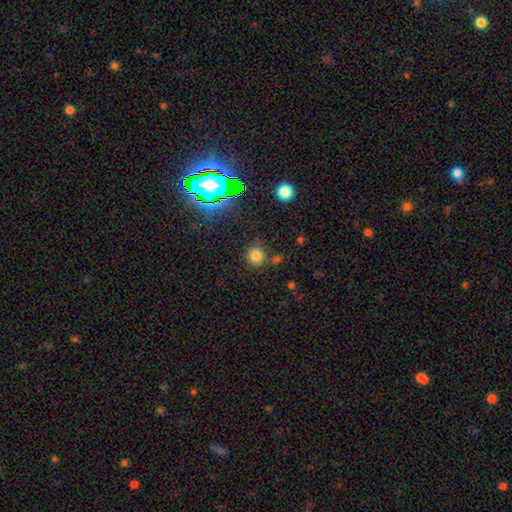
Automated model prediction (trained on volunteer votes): smooth_or_featured: smooth (p=0.77) [alt: star or artifact p=0.18]
how_rounded: round (p=0.92) [alt: in between p=0.07]
merging: none (p=0.78) [alt: minor disturbance p=0.11]